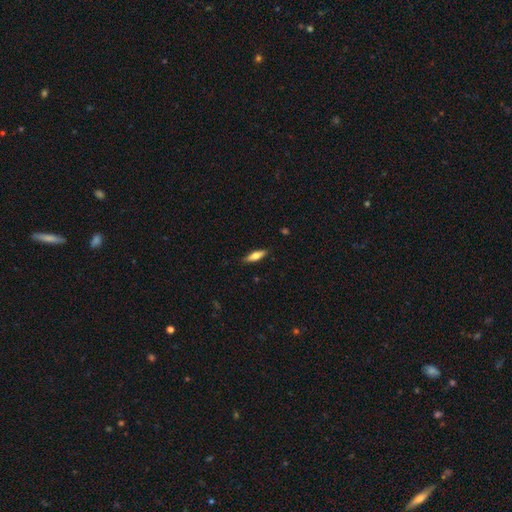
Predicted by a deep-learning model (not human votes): Overall: smooth (69%). How rounded: cigar-shaped (51%; in between 47%). Merging: none (87%).